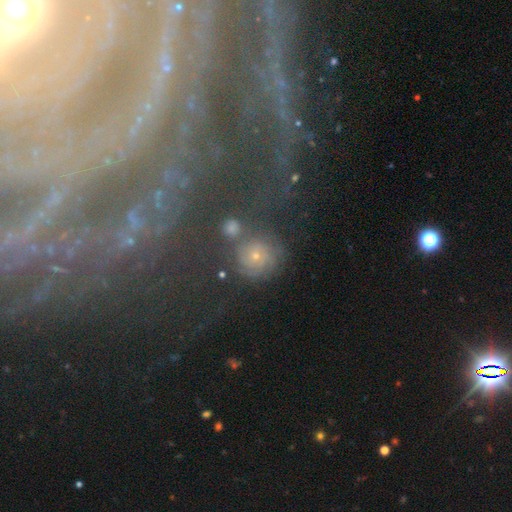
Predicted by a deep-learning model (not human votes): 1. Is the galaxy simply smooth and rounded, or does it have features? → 45% featured or disk, 32% smooth, 23% star or artifact.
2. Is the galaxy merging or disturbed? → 65% none, 15% minor disturbance, 11% merger, 9% major disturbance.